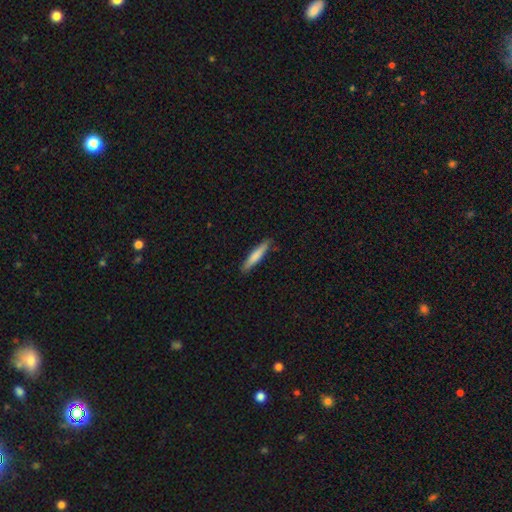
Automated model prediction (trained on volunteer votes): Overall: smooth (75%). How rounded: cigar-shaped (90%). Merging: none (88%).